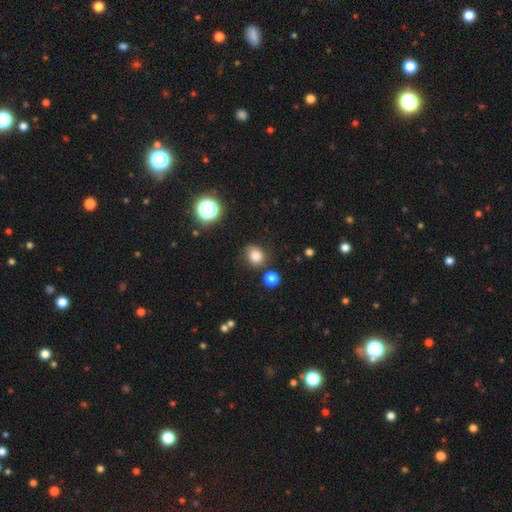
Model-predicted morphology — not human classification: Smooth or featured?
  - smooth: 79% *
  - star or artifact: 14%
  - featured or disk: 7%
How rounded?
  - round: 72% *
  - in between: 27%
  - cigar-shaped: 1%
Merging?
  - none: 76% *
  - minor disturbance: 15%
  - merger: 4%
  - major disturbance: 4%